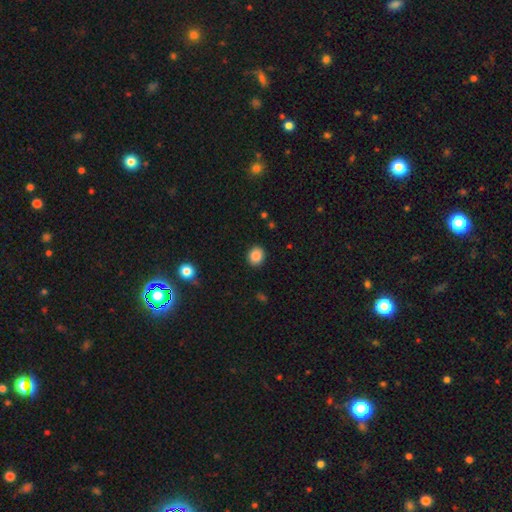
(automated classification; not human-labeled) Morphology: type=smooth (87%); roundness=round (71%); merging=none (90%).